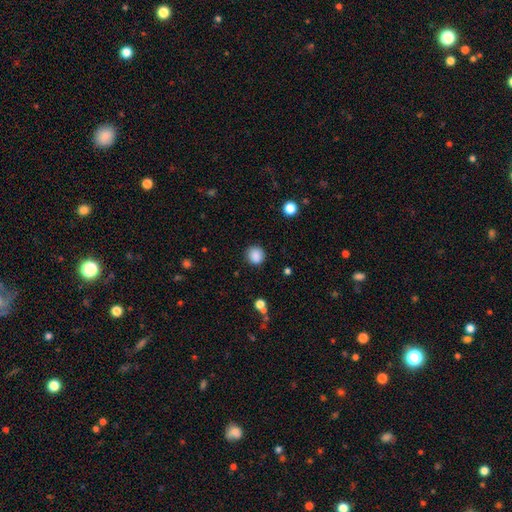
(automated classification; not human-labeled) Smooth or featured?
  - smooth: 87% *
  - star or artifact: 10%
  - featured or disk: 3%
How rounded?
  - round: 88% *
  - in between: 11%
  - cigar-shaped: 1%
Merging?
  - none: 88% *
  - minor disturbance: 8%
  - major disturbance: 3%
  - merger: 1%